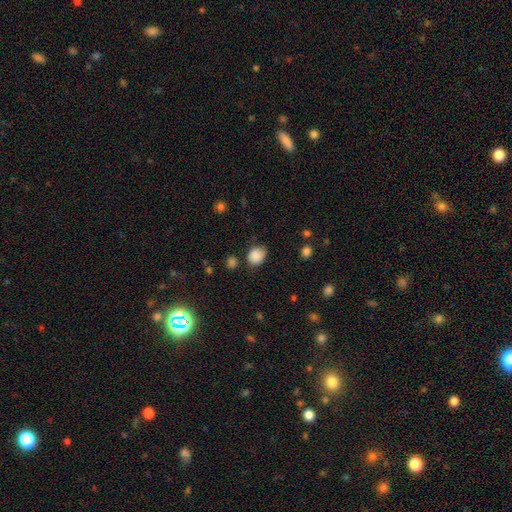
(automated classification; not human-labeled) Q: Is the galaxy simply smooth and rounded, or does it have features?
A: smooth — 86%.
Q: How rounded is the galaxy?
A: in between — 51%.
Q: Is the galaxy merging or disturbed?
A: none — 71%.